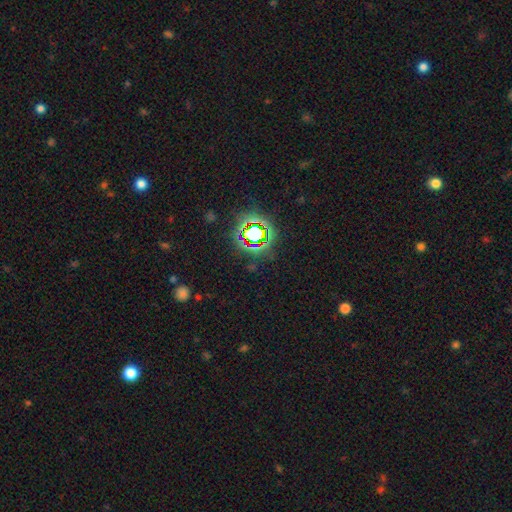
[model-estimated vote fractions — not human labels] The model was most divided on "smooth or featured": star or artifact: 78%, smooth: 14%, featured or disk: 8%.